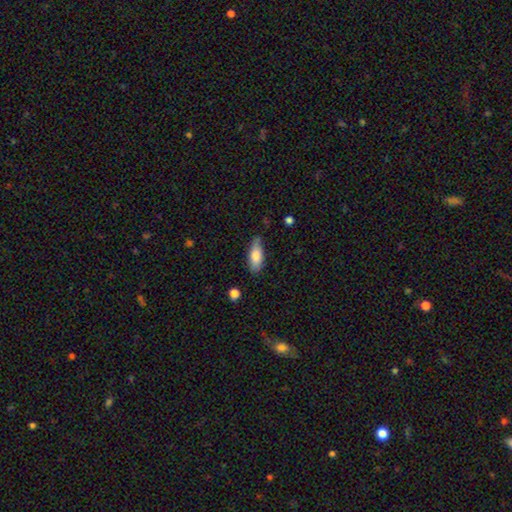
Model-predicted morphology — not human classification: Smooth or featured: smooth — 82% (featured or disk — 12%)
How rounded: in between — 75% (cigar-shaped — 23%)
Merging: none — 70% (minor disturbance — 24%)